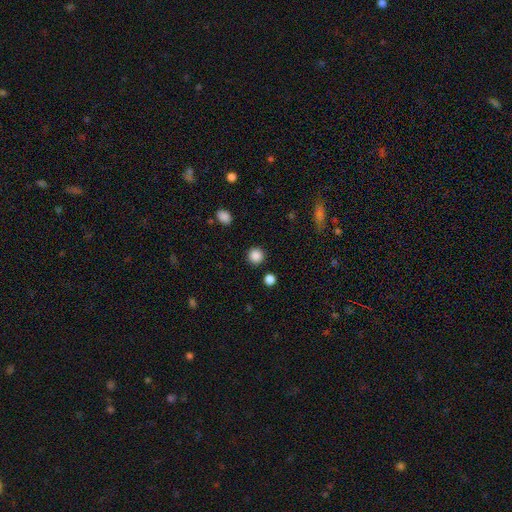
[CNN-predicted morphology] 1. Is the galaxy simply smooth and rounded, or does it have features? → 87% smooth, 10% star or artifact, 3% featured or disk.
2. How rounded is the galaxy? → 94% round, 5% in between, 1% cigar-shaped.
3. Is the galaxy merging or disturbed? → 90% none, 5% minor disturbance, 2% major disturbance, 2% merger.